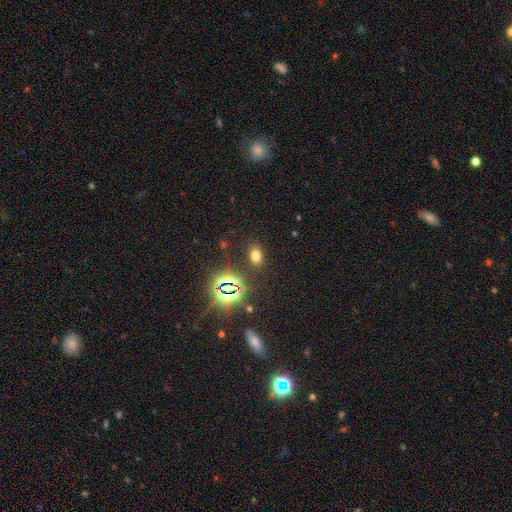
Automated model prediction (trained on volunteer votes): This is likely a smooth galaxy (63%). How rounded: likely in between (79%). Merging: clearly none (85%).